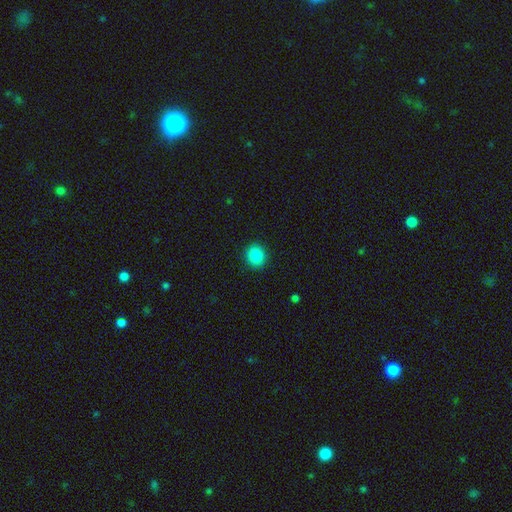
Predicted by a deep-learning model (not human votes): smooth_or_featured: smooth (p=0.87) [alt: star or artifact p=0.10]
how_rounded: round (p=0.84) [alt: in between p=0.15]
merging: none (p=0.91) [alt: minor disturbance p=0.06]